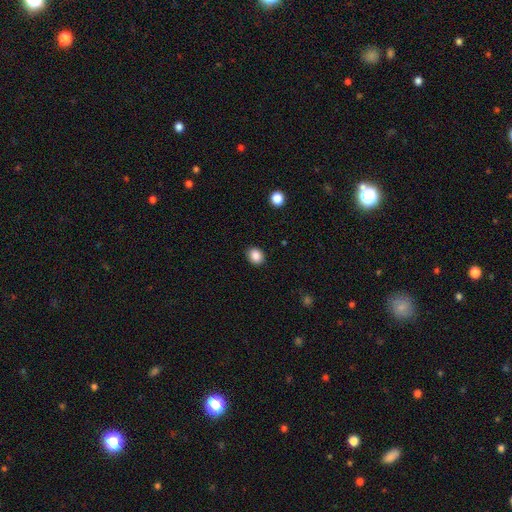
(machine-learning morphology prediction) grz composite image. It shows a smooth galaxy with no disk features (86%) that is round (58%). Merging: none (90%).